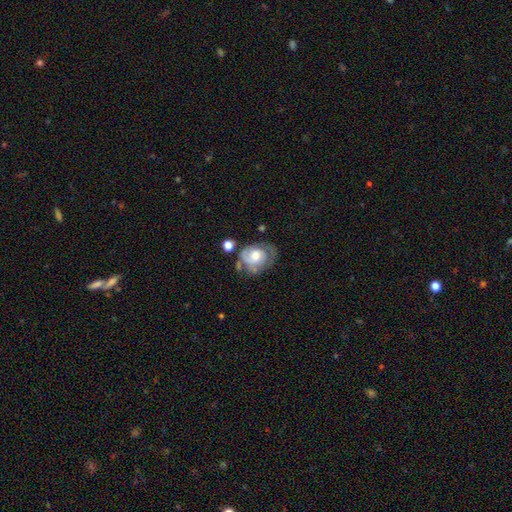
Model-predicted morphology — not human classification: The model was most divided on "merging": none: 47%, minor disturbance: 27%, major disturbance: 18%, merger: 7%. More confident: edge-on disk — no (97%); spiral arms — yes (78%); bar — no (74%); smooth or featured — featured or disk (64%); bulge size — moderate (58%).